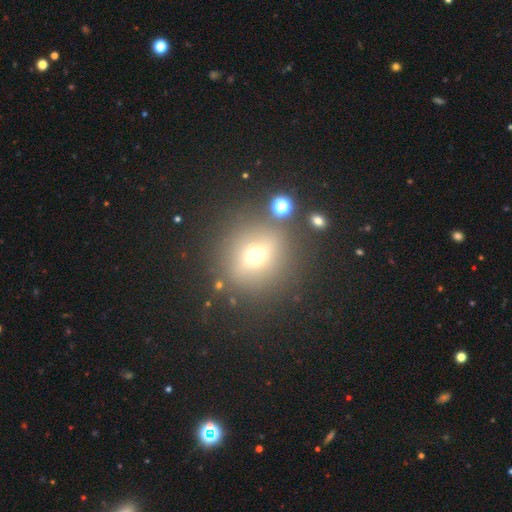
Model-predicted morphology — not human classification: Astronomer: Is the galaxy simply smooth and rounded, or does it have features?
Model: smooth — 52%.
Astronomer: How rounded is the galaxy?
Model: round — 85%.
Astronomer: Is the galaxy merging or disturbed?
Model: none — 82%.